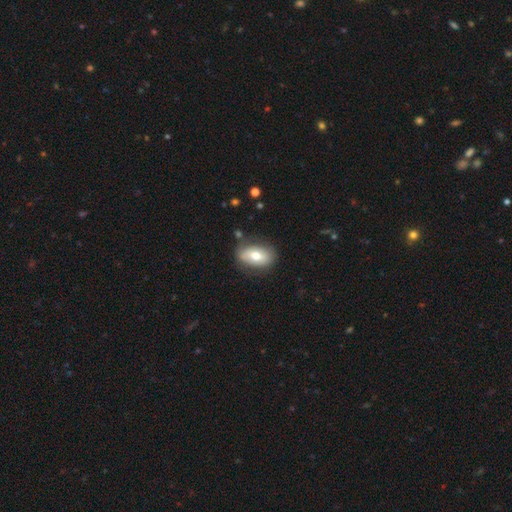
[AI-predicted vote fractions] smooth-or-featured: smooth: 67% | featured or disk: 26% | star or artifact: 7%
  how-rounded: in between: 88% | round: 10% | cigar-shaped: 2%
  merging: none: 78% | minor disturbance: 15% | major disturbance: 4% | merger: 2%